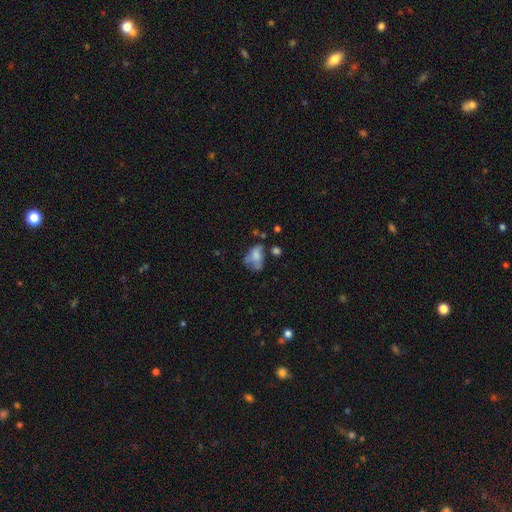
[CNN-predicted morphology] Smooth or featured? smooth (58%)
How rounded? in between (78%)
Merging? major disturbance (33%)